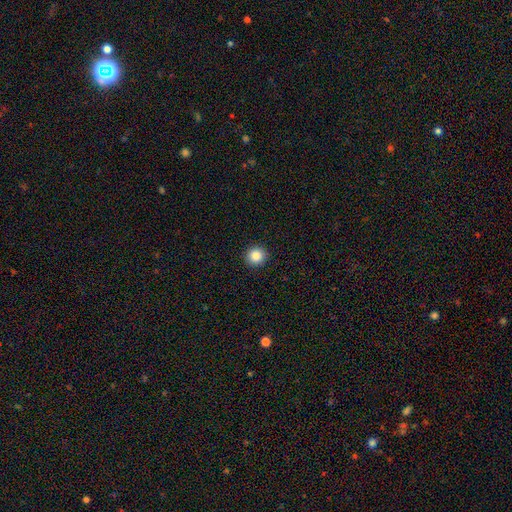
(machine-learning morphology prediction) Smooth or featured? Predicted: smooth (p=0.86). How rounded? Predicted: round (p=0.94). Merging? Predicted: none (p=0.93).